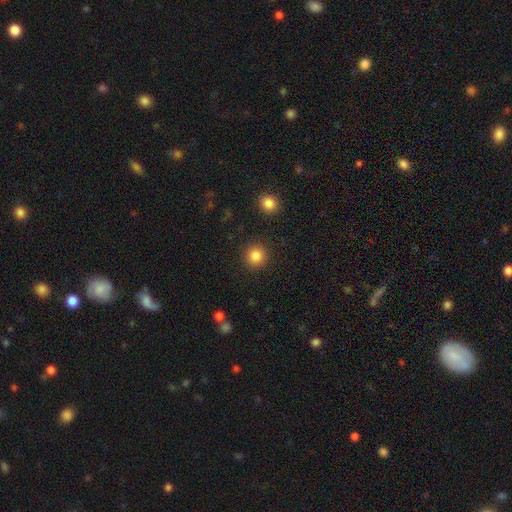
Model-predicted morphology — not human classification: type=smooth (85%); roundness=round (93%); merging=none (91%).